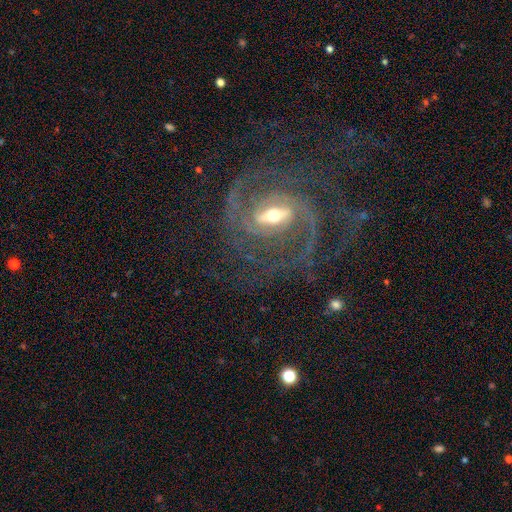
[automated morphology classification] A featured or disk galaxy (89%) with a strong bar (51%), 2 (68%) medium (52%) spiral arms (97%) and a moderate central bulge (56%).

Vote fractions:
- Smooth or featured? featured or disk: 89% / star or artifact: 7% / smooth: 4%
- Edge-on disk? no: 96% / yes: 4%
- Bar? strong: 51% / weak: 37% / no: 12%
- Spiral arms? yes: 97% / no: 3%
- Spiral winding? medium: 52% / tight: 33% / loose: 15%
- Spiral arm count? 2: 68% / 3: 11% / can't tell: 9% / 4: 4% / 1: 4% / more than 4: 3%
- Bulge size? moderate: 56% / small: 35% / large: 6% / none: 1% / dominant: 1%
- Merging? none: 67% / major disturbance: 16% / minor disturbance: 14% / merger: 2%